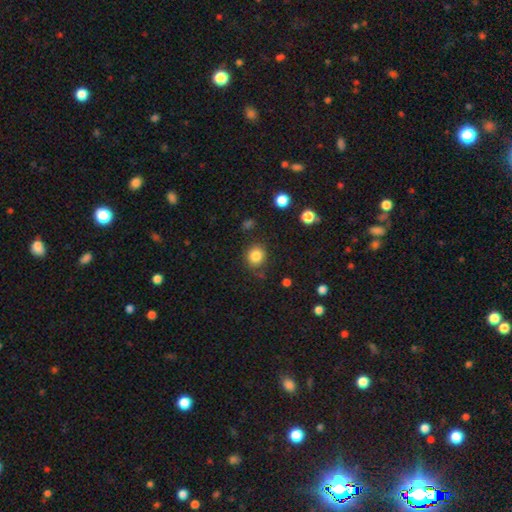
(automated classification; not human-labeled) Smooth or featured: smooth — 84% (star or artifact — 11%)
How rounded: round — 86% (in between — 13%)
Merging: none — 82% (minor disturbance — 11%)